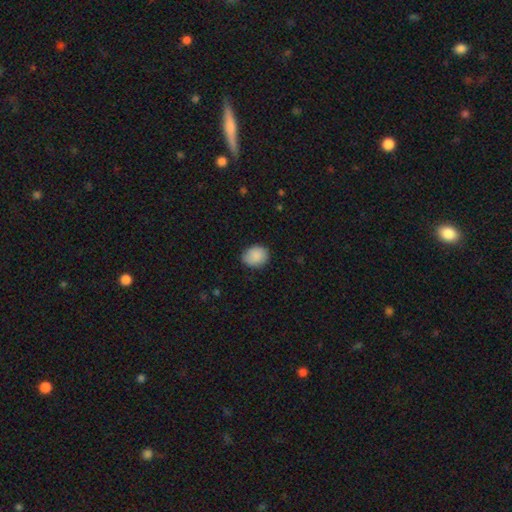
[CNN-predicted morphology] Smooth or featured? Predicted: smooth (p=0.87). How rounded? Predicted: round (p=0.57). Merging? Predicted: none (p=0.78).